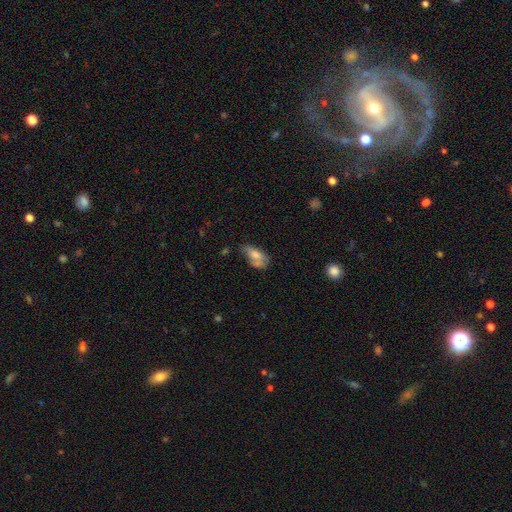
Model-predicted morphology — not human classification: A smooth galaxy with no disk features (66%) that is in between round and cigar-shaped (87%). Merging: none (34%).